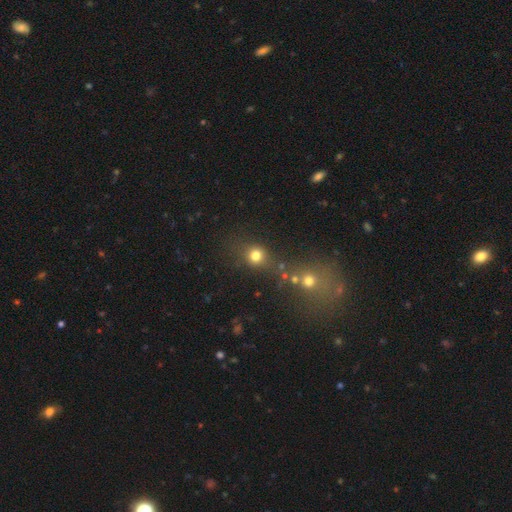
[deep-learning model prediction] Overall: smooth (73%). How rounded: round (83%). Merging: none (63%).